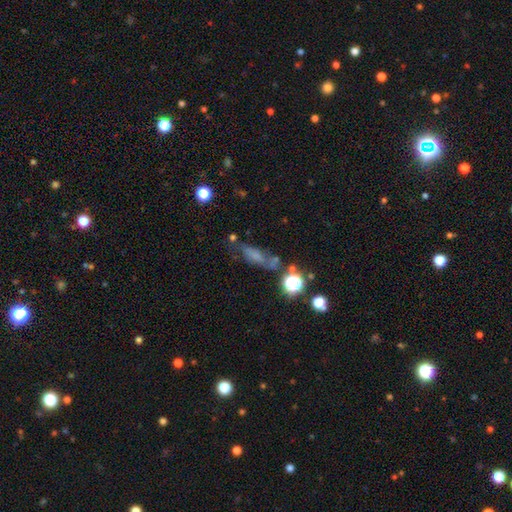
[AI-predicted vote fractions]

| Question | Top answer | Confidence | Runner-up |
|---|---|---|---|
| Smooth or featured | smooth | 43% | featured or disk (31%) |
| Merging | none | 50% | minor disturbance (21%) |